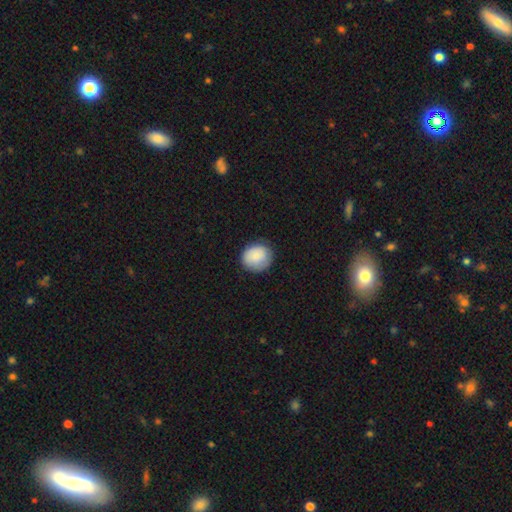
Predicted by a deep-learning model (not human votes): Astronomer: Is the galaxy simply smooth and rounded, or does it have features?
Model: smooth — 84%.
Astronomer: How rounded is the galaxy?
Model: round — 76%.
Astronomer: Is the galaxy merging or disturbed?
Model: none — 80%.